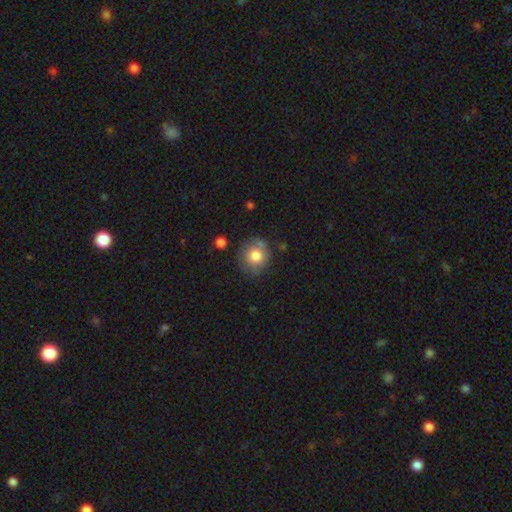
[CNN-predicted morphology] Overall: smooth (78%). How rounded: round (85%). Merging: none (74%).